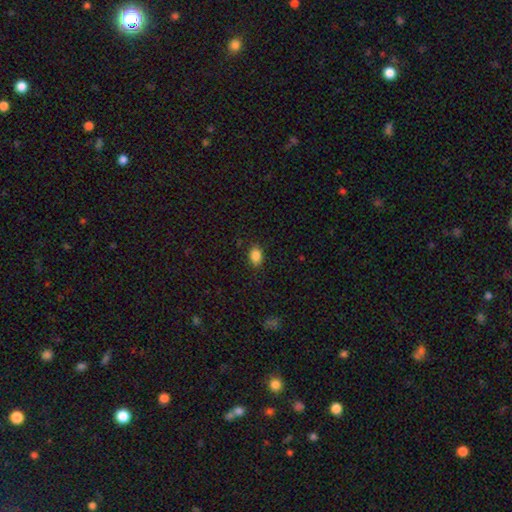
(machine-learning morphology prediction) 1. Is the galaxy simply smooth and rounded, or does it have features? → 86% smooth, 10% star or artifact, 4% featured or disk.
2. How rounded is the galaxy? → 73% in between, 26% round, 1% cigar-shaped.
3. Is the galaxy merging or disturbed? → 87% none, 10% minor disturbance, 2% major disturbance, 1% merger.